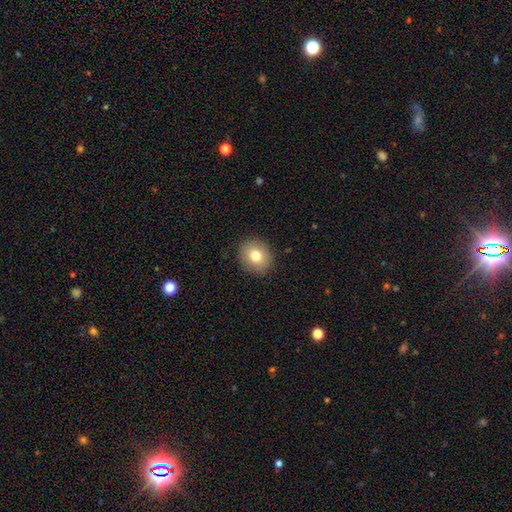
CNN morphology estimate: Smooth or featured?
  - smooth: 78% *
  - featured or disk: 12%
  - star or artifact: 10%
How rounded?
  - round: 75% *
  - in between: 24%
  - cigar-shaped: 1%
Merging?
  - none: 90% *
  - minor disturbance: 7%
  - major disturbance: 2%
  - merger: 1%